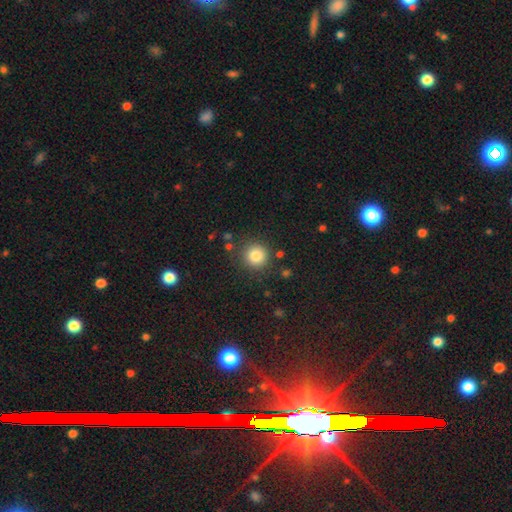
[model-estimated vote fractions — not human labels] smooth-or-featured: smooth: 83% | star or artifact: 11% | featured or disk: 6%
  how-rounded: round: 93% | in between: 6% | cigar-shaped: 1%
  merging: none: 86% | minor disturbance: 8% | major disturbance: 3% | merger: 3%